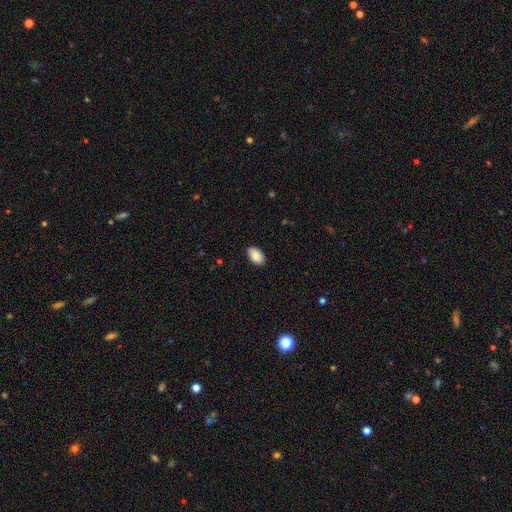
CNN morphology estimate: smooth 87%, star or artifact 7%, featured or disk 6%. Down the decision tree: how rounded — in between (93%); merging — none (87%).